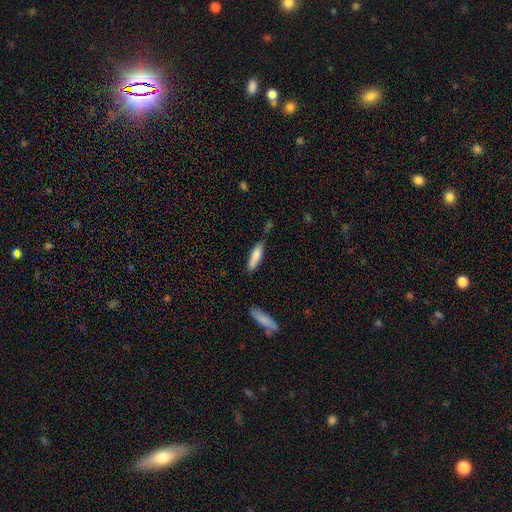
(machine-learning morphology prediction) The model was most divided on "how rounded": cigar-shaped: 68%, in between: 31%, round: 1%. More confident: smooth or featured — smooth (79%); merging — none (67%).